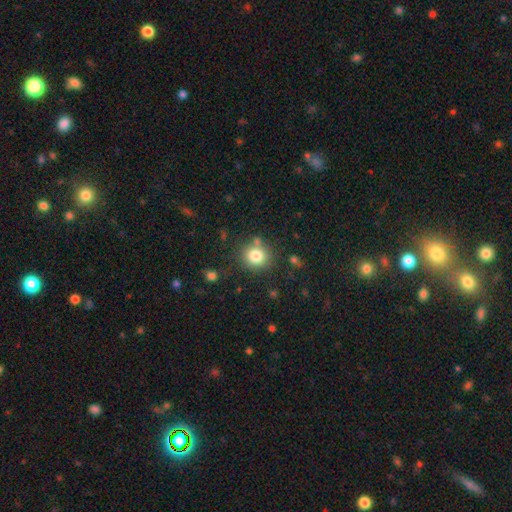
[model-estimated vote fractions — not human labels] Morphology: type=smooth (81%); roundness=round (86%); merging=none (78%).